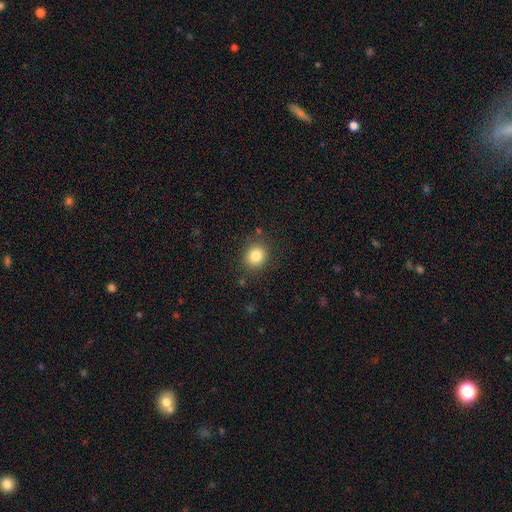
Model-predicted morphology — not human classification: Overall: smooth (82%). How rounded: round (80%). Merging: none (86%).